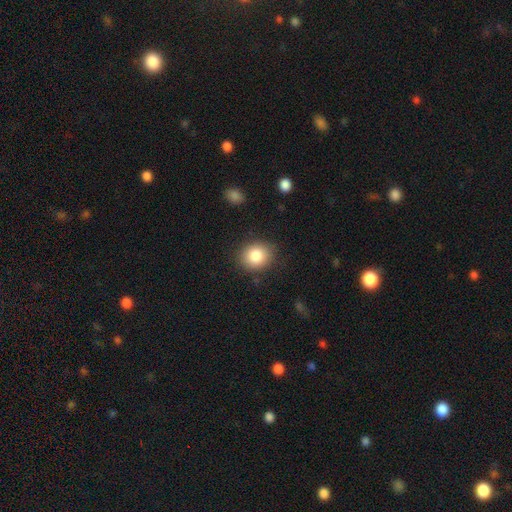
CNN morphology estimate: smooth-or-featured: smooth: 84% | star or artifact: 9% | featured or disk: 7%
  how-rounded: round: 68% | in between: 31% | cigar-shaped: 1%
  merging: none: 86% | minor disturbance: 10% | major disturbance: 3% | merger: 1%